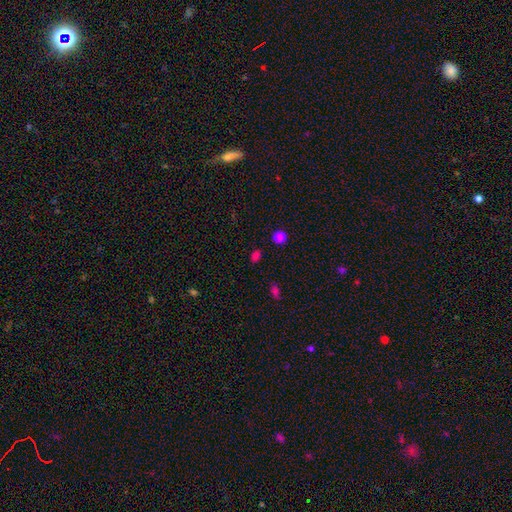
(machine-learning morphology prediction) This appears to be a smooth galaxy with no disk features (76%) that is in between round and cigar-shaped (67%). Merging: none (85%).